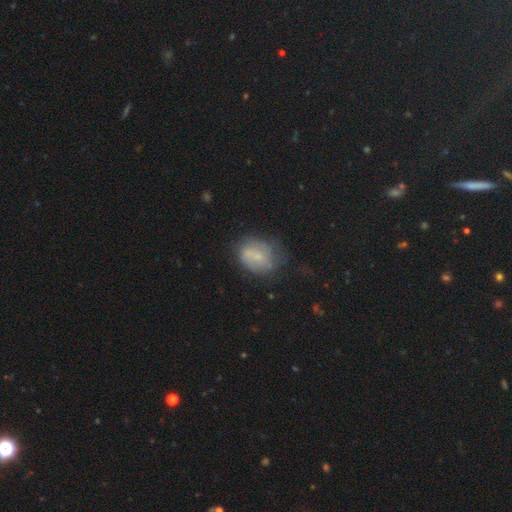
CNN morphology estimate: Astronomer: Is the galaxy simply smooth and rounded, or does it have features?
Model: smooth — 50% (runner-up: featured or disk, 40%).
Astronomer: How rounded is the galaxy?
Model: in between — 56% (runner-up: round, 42%).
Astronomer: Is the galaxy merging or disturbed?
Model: none — 54%.